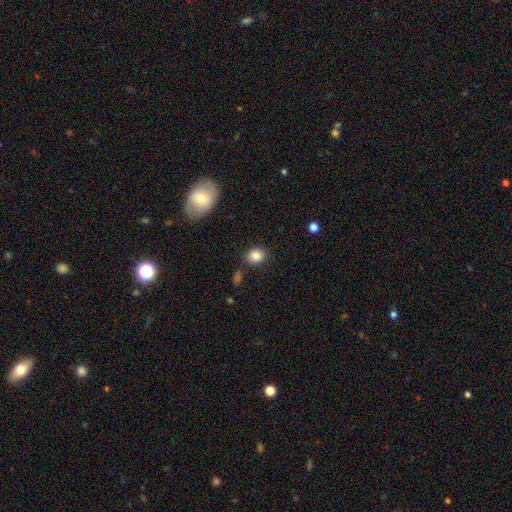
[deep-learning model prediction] Smooth or featured: smooth — 83% (star or artifact — 10%)
How rounded: round — 52% (in between — 47%)
Merging: none — 80% (minor disturbance — 12%)